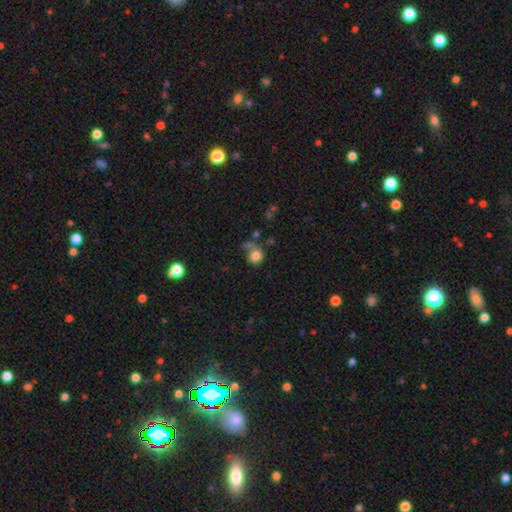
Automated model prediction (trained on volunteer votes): smooth_or_featured: smooth (p=0.77) [alt: featured or disk p=0.12]
how_rounded: round (p=0.72) [alt: in between p=0.27]
merging: none (p=0.37) [alt: major disturbance p=0.25]